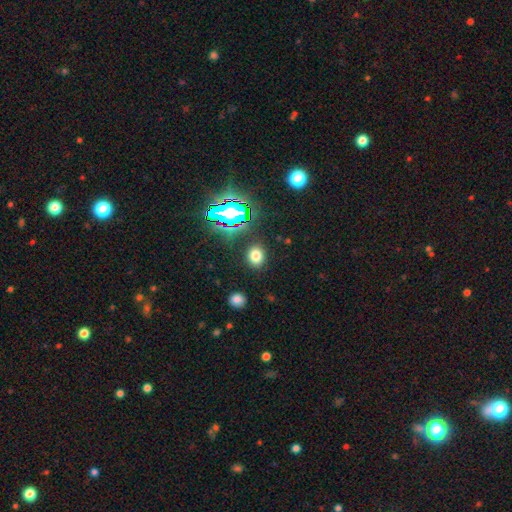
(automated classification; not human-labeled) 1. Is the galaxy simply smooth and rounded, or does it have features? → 71% smooth, 22% star or artifact, 7% featured or disk.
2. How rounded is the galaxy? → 57% round, 42% in between, 1% cigar-shaped.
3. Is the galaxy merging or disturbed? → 87% none, 8% minor disturbance, 3% major disturbance, 2% merger.